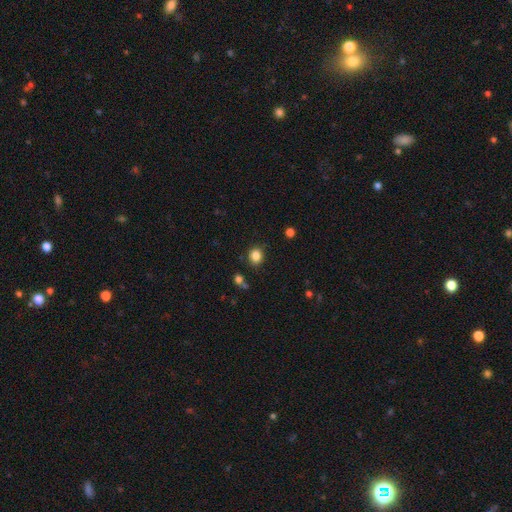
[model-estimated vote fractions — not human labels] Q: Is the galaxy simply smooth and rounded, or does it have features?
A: smooth — 84%.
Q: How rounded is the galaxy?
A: round — 74%.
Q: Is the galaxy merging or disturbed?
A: none — 84%.